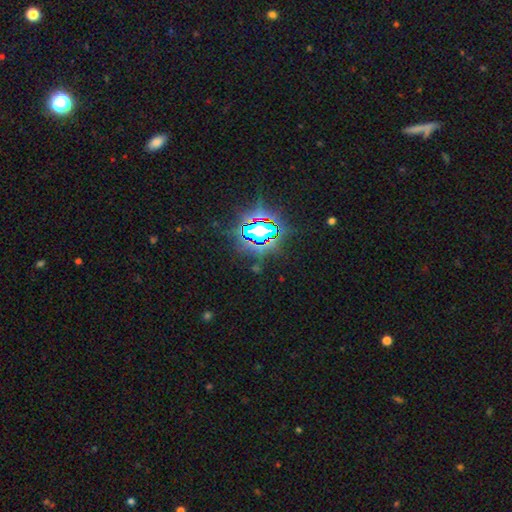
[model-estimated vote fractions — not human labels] This appears to be a star or artifact, not a galaxy (82%).